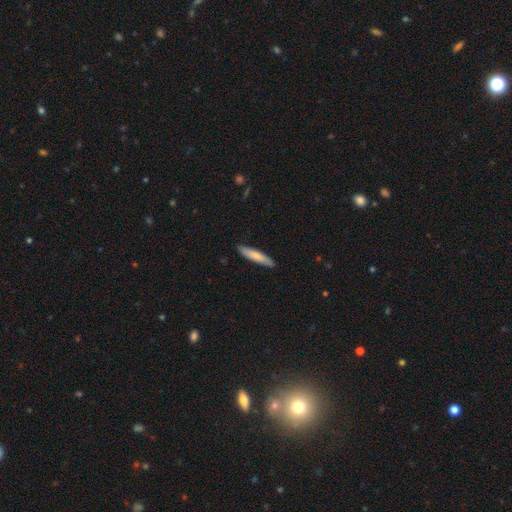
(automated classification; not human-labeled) smooth_or_featured: smooth (p=0.75) [alt: featured or disk p=0.20]
how_rounded: cigar-shaped (p=0.87) [alt: in between p=0.12]
merging: none (p=0.89) [alt: minor disturbance p=0.09]